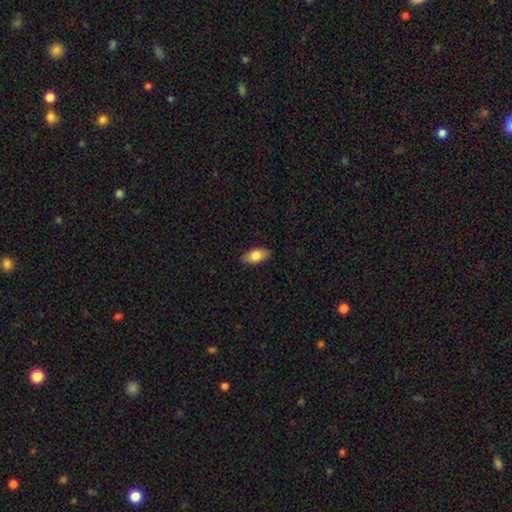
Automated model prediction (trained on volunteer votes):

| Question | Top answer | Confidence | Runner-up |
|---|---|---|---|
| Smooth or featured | smooth | 80% | featured or disk (13%) |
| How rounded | in between | 91% | cigar-shaped (5%) |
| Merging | none | 87% | minor disturbance (10%) |